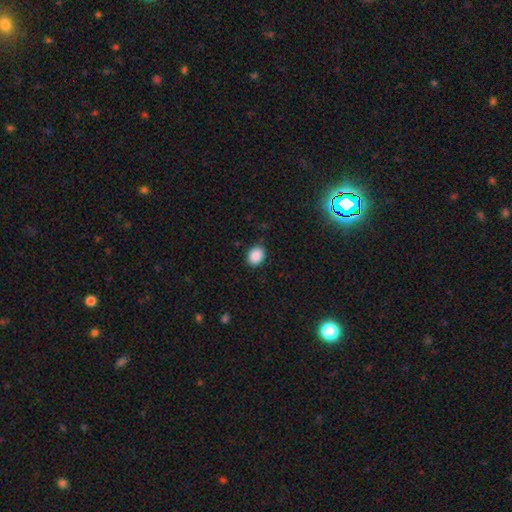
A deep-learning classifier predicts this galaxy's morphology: Q: Smooth or featured?
A: smooth (89%); runner-up: star or artifact (8%)
Q: How rounded?
A: in between (56%); runner-up: round (43%)
Q: Merging?
A: none (87%); runner-up: minor disturbance (9%)